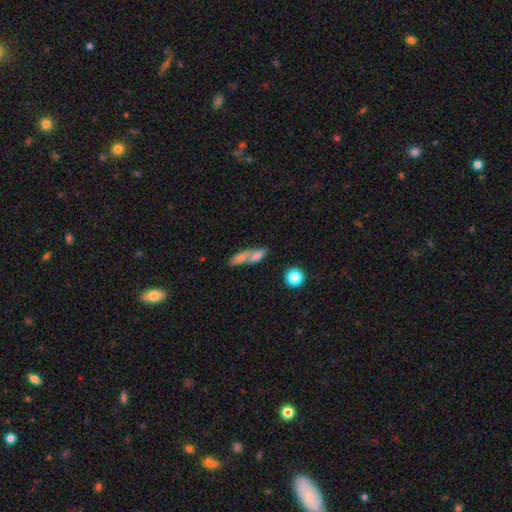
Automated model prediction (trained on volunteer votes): Morphology: type=smooth (66%); roundness=in between (56%); merging=merger (59%).